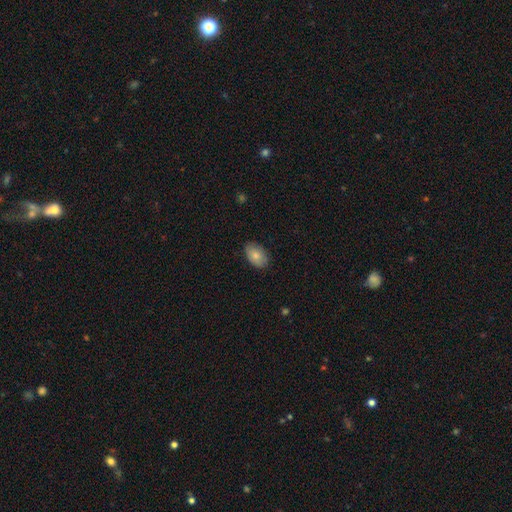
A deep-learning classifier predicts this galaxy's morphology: smooth 82%, featured or disk 12%, star or artifact 7%. Down the decision tree: how rounded — in between (90%); merging — none (84%).